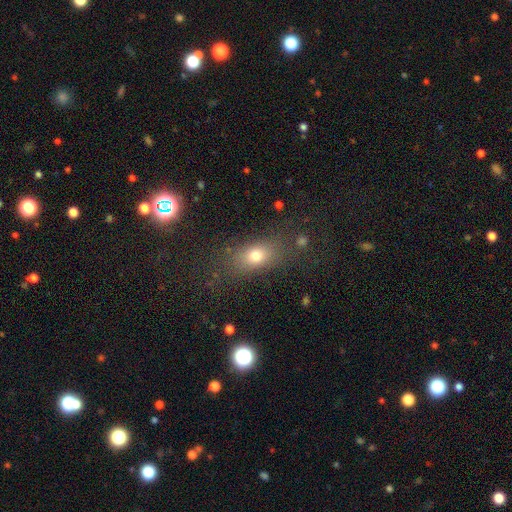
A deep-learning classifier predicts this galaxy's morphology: Smooth or featured: smooth — 73% (star or artifact — 14%)
How rounded: in between — 71% (round — 21%)
Merging: none — 76% (minor disturbance — 13%)